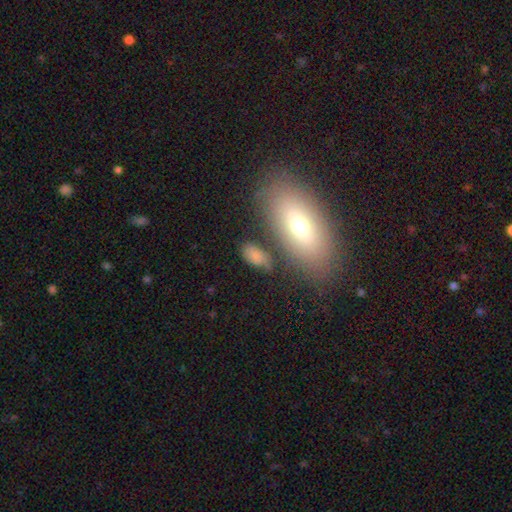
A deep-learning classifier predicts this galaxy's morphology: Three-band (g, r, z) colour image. It shows a smooth galaxy with no disk features (70%) that is in between round and cigar-shaped (88%). Merging: none (61%).